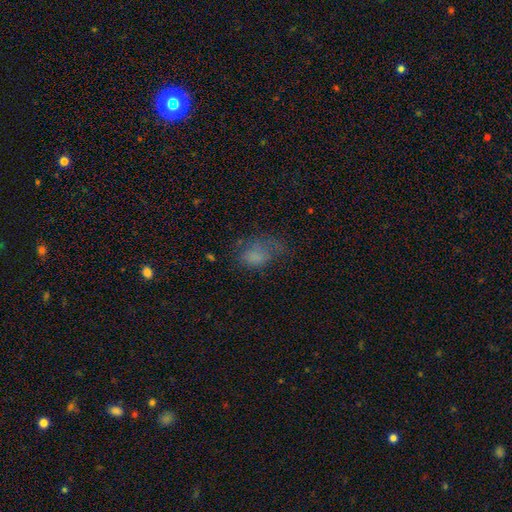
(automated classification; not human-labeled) smooth-or-featured: smooth: 65% | featured or disk: 19% | star or artifact: 16%
  how-rounded: in between: 82% | round: 16% | cigar-shaped: 2%
  merging: major disturbance: 36% | none: 34% | minor disturbance: 26% | merger: 3%